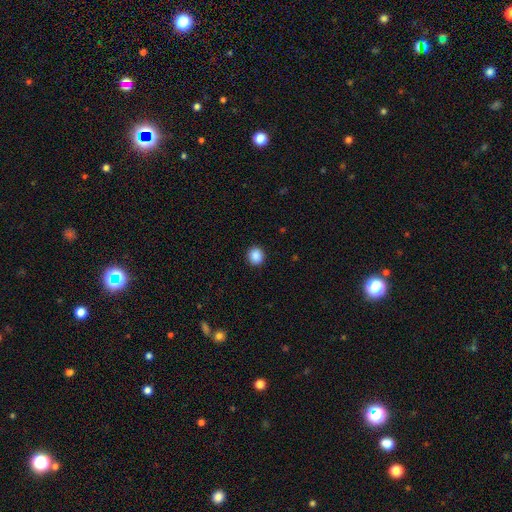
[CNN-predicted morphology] Smooth or featured: smooth — 88% (star or artifact — 9%)
How rounded: round — 87% (in between — 12%)
Merging: none — 92% (minor disturbance — 5%)